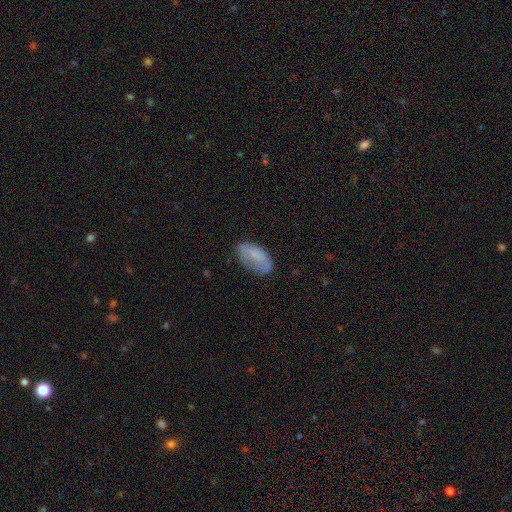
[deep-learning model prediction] The model was most divided on "merging": none: 58%, minor disturbance: 28%, major disturbance: 12%, merger: 2%. More confident: how rounded — in between (93%); smooth or featured — smooth (68%).